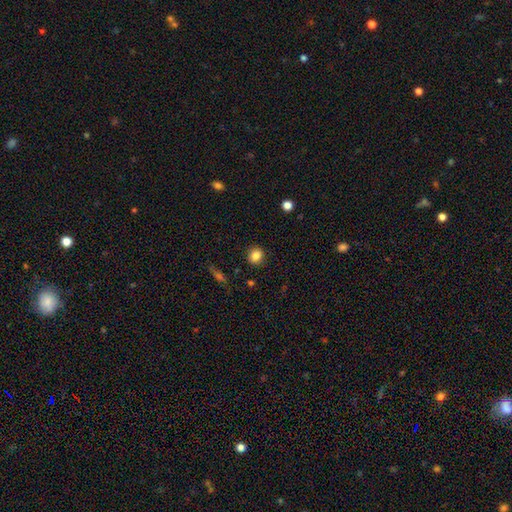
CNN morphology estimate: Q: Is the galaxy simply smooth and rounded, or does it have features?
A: smooth — 84%.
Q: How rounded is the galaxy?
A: round — 82%.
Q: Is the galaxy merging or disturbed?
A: none — 90%.